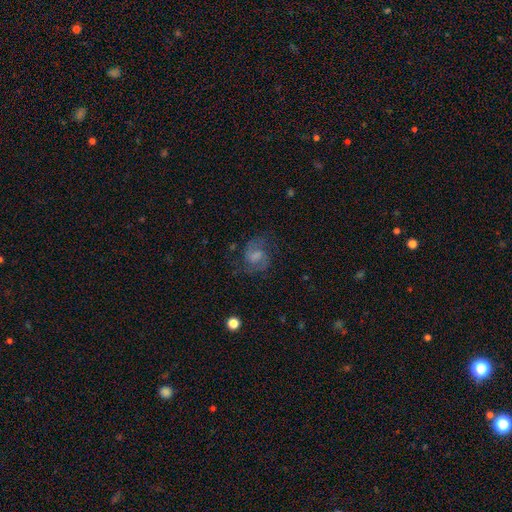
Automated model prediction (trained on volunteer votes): Smooth or featured: featured or disk — 66% (smooth — 25%)
Edge-on disk: no — 98% (yes — 2%)
Bar: weak — 53% (no — 34%)
Spiral arms: yes — 90% (no — 10%)
Spiral winding: medium — 54% (loose — 28%)
Spiral arm count: 2 — 87% (can't tell — 6%)
Bulge size: none — 33% (moderate — 29%)
Merging: none — 67% (minor disturbance — 18%)